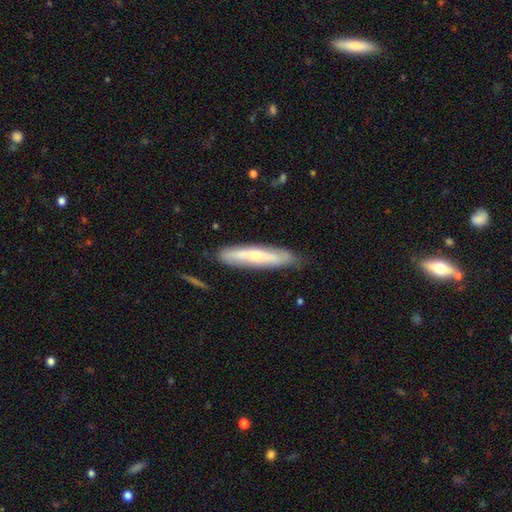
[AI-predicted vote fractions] A featured or disk galaxy (52%) viewed edge-on (65%). Merging: none (82%).